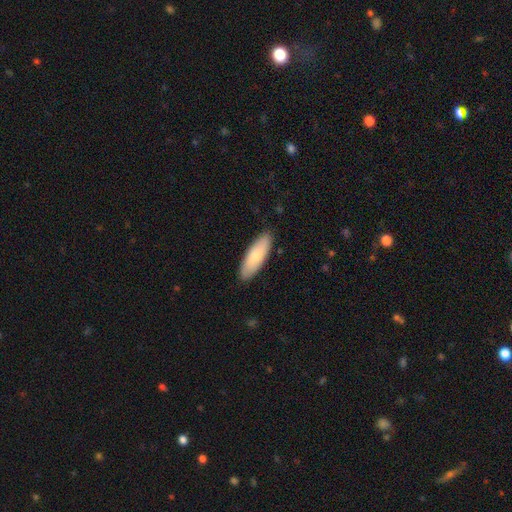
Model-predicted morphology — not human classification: A smooth galaxy with no disk features (76%) that is in between round and cigar-shaped (61%). Merging: none (88%).